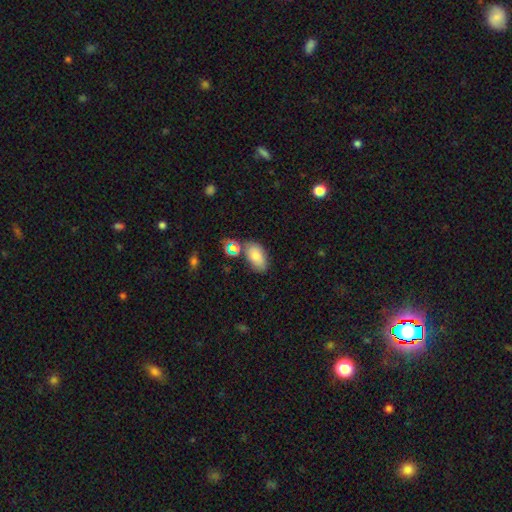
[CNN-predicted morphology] This appears to be a smooth galaxy with no disk features (79%) that is in between round and cigar-shaped (91%). Merging: none (69%).